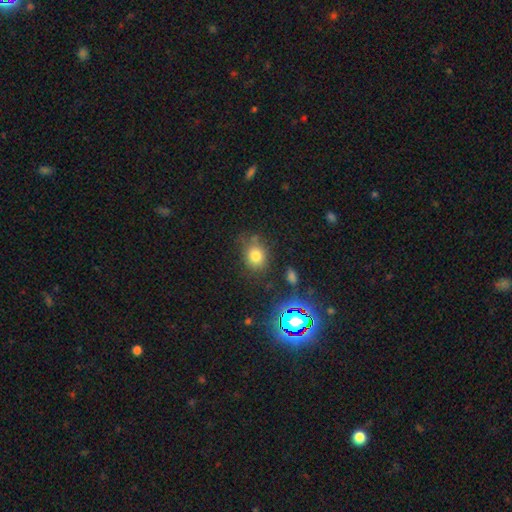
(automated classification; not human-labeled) Smooth or featured? Predicted: smooth (p=0.75). How rounded? Predicted: round (p=0.59). Merging? Predicted: none (p=0.70).